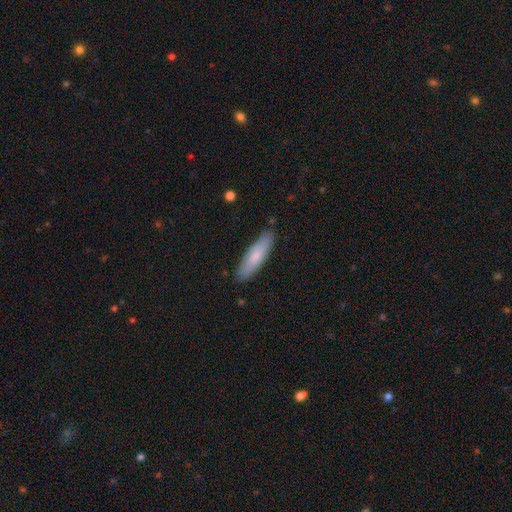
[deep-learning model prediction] A smooth galaxy with no disk features (78%) that is cigar-shaped (64%). Merging: none (87%).